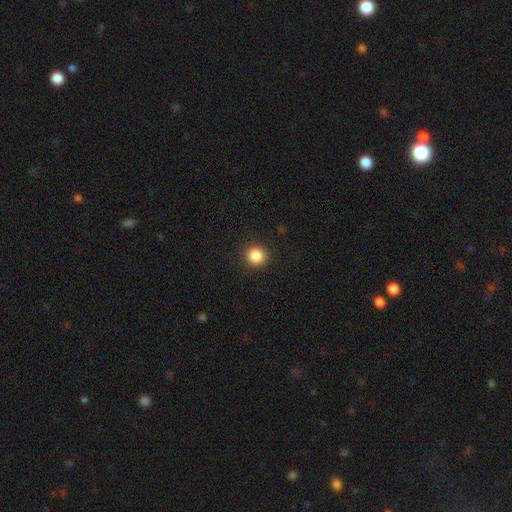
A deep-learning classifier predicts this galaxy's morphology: The model was most divided on "smooth or featured": smooth: 86%, star or artifact: 11%, featured or disk: 4%. More confident: how rounded — round (93%); merging — none (91%).